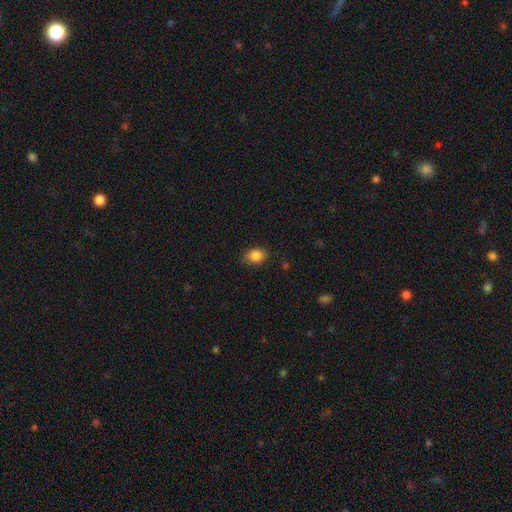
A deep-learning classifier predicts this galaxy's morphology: Smooth or featured? smooth (86%)
How rounded? in between (60%)
Merging? none (80%)